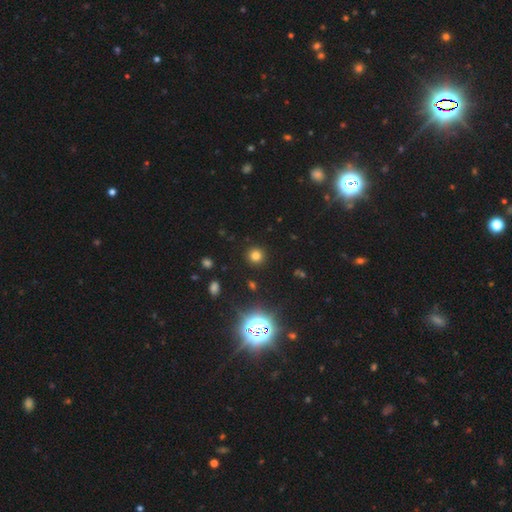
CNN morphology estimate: A smooth galaxy with no disk features (74%) that is round (93%).

Vote fractions:
- Smooth or featured? smooth: 74% / star or artifact: 19% / featured or disk: 6%
- How rounded? round: 93% / in between: 6% / cigar-shaped: 1%
- Merging? none: 91% / minor disturbance: 5% / major disturbance: 2% / merger: 2%